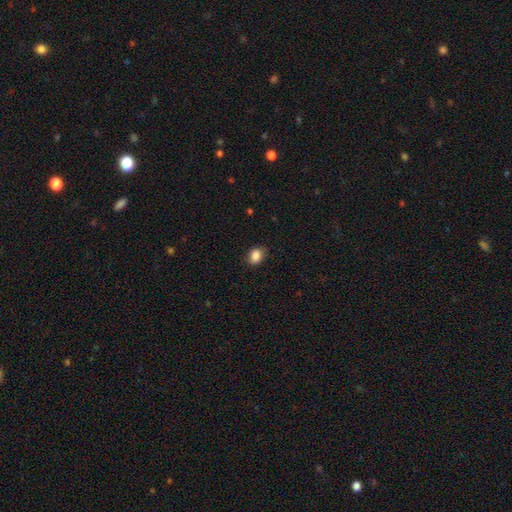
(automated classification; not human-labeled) smooth 86%, star or artifact 9%, featured or disk 5%. Down the decision tree: how rounded — in between (67%); merging — none (80%).